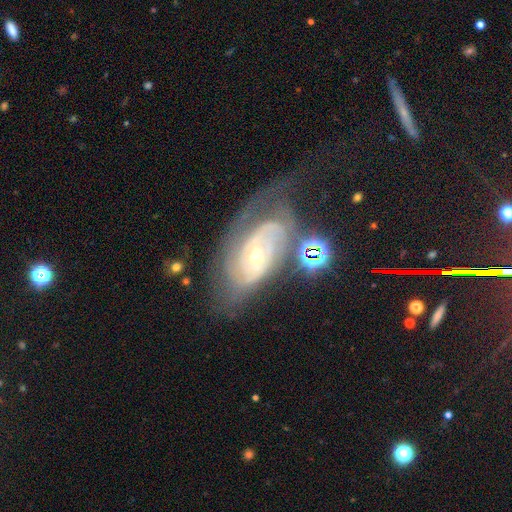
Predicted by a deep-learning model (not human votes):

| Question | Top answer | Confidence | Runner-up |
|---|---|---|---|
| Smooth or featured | featured or disk | 84% | smooth (9%) |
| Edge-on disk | no | 95% | yes (5%) |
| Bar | no | 62% | weak (28%) |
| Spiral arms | yes | 92% | no (8%) |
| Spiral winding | tight | 68% | medium (25%) |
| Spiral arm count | can't tell | 39% | 2 (32%) |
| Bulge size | small | 66% | moderate (31%) |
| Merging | none | 44% | major disturbance (25%) |